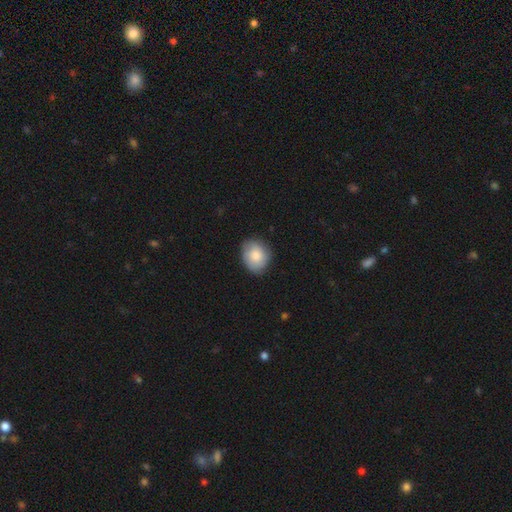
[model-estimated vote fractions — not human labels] Smooth or featured: smooth — 80% (featured or disk — 13%)
How rounded: round — 58% (in between — 41%)
Merging: none — 78% (minor disturbance — 17%)